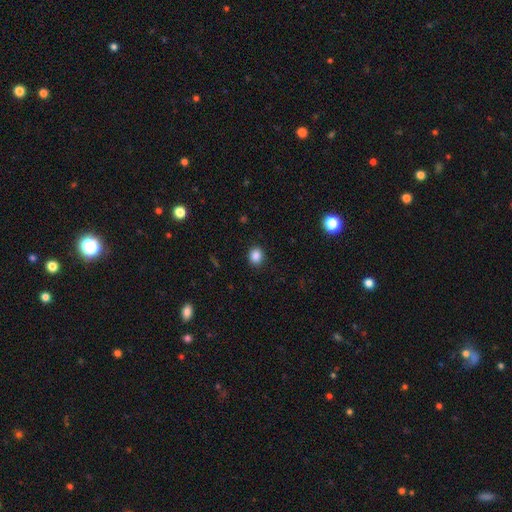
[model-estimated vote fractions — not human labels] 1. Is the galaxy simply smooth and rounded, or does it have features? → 86% smooth, 11% star or artifact, 3% featured or disk.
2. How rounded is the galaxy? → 71% round, 28% in between, 1% cigar-shaped.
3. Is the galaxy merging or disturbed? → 90% none, 7% minor disturbance, 2% major disturbance, 1% merger.